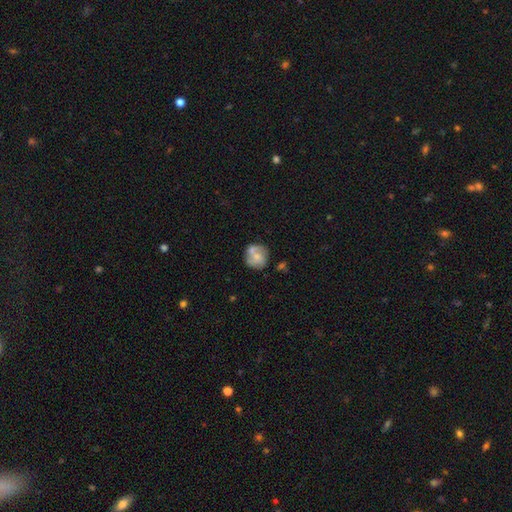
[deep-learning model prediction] Smooth or featured?
  - smooth: 53% *
  - featured or disk: 40%
  - star or artifact: 7%
How rounded?
  - round: 83% *
  - in between: 16%
  - cigar-shaped: 1%
Merging?
  - none: 51% *
  - merger: 27%
  - minor disturbance: 16%
  - major disturbance: 6%